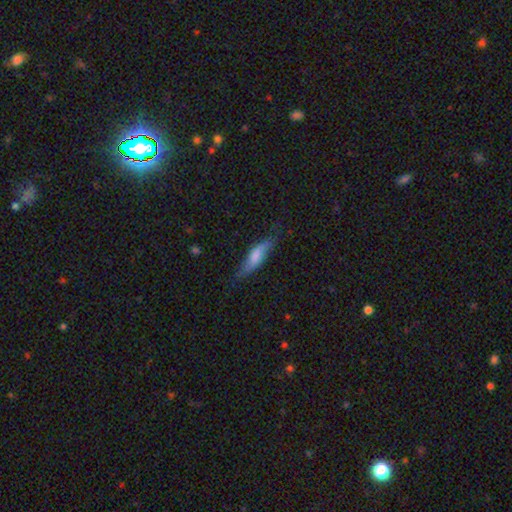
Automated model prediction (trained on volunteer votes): Smooth or featured? smooth (59%)
How rounded? cigar-shaped (60%)
Merging? none (69%)